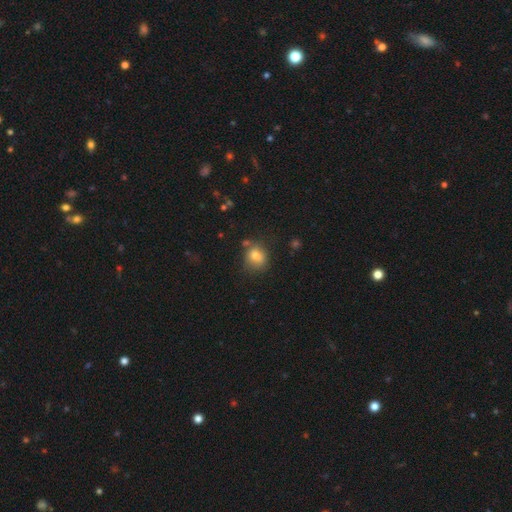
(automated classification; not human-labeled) Smooth or featured? Predicted: smooth (p=0.77). How rounded? Predicted: round (p=0.70). Merging? Predicted: none (p=0.68).